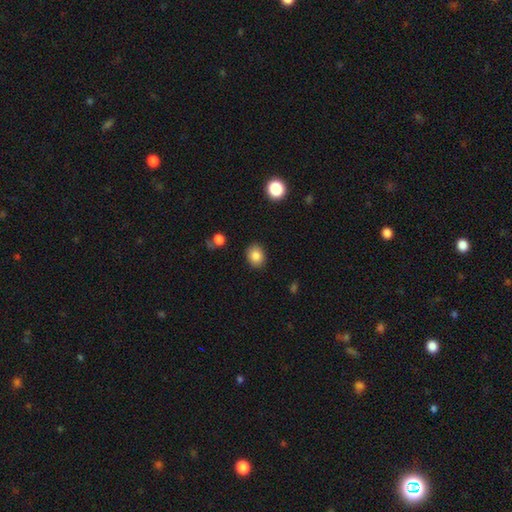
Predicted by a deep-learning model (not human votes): smooth_or_featured: smooth (p=0.85) [alt: star or artifact p=0.09]
how_rounded: round (p=0.52) [alt: in between p=0.47]
merging: none (p=0.88) [alt: minor disturbance p=0.08]